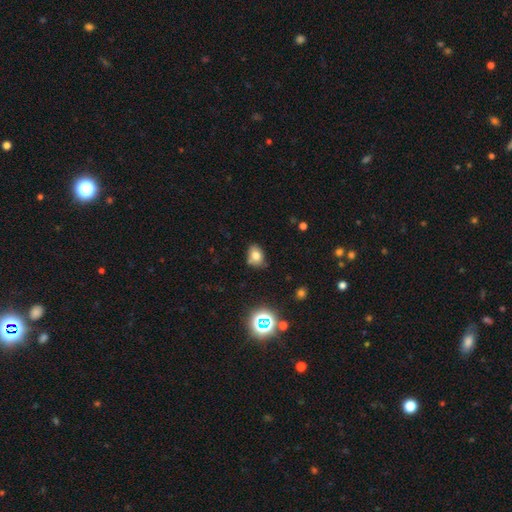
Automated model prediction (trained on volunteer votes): Smooth or featured?
  - smooth: 73% *
  - star or artifact: 15%
  - featured or disk: 12%
How rounded?
  - in between: 63% *
  - round: 36%
  - cigar-shaped: 1%
Merging?
  - none: 63% *
  - minor disturbance: 25%
  - merger: 7%
  - major disturbance: 5%